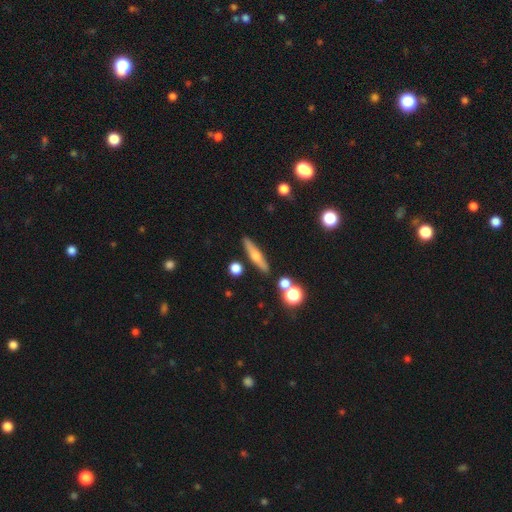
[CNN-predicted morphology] Overall: featured or disk (47%; smooth 45%). Merging: none (85%).